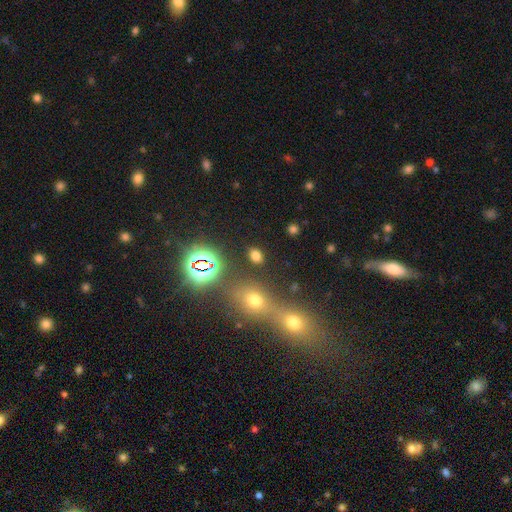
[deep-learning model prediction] Smooth or featured? Predicted: smooth (p=0.66). How rounded? Predicted: in between (p=0.71). Merging? Predicted: none (p=0.82).